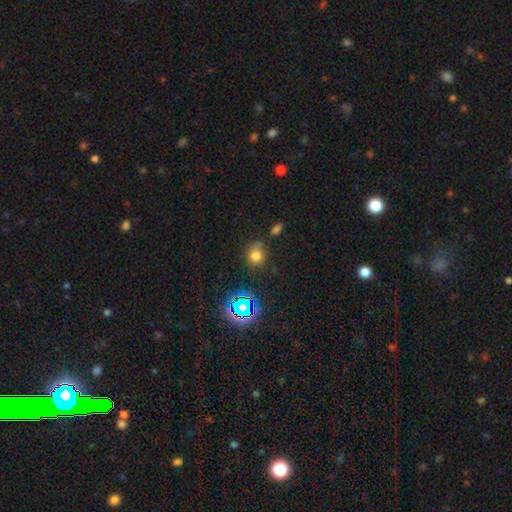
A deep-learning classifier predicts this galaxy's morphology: Q: Smooth or featured?
A: smooth (70%); runner-up: star or artifact (21%)
Q: How rounded?
A: round (73%); runner-up: in between (25%)
Q: Merging?
A: none (60%); runner-up: minor disturbance (24%)